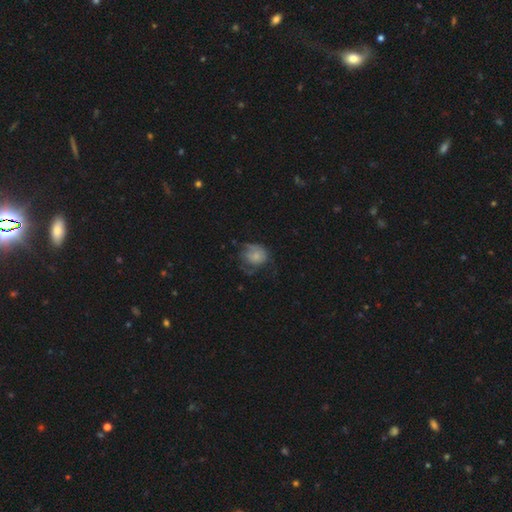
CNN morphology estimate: Q: Smooth or featured?
A: smooth (58%); runner-up: featured or disk (32%)
Q: How rounded?
A: round (68%); runner-up: in between (31%)
Q: Merging?
A: none (39%); runner-up: major disturbance (31%)